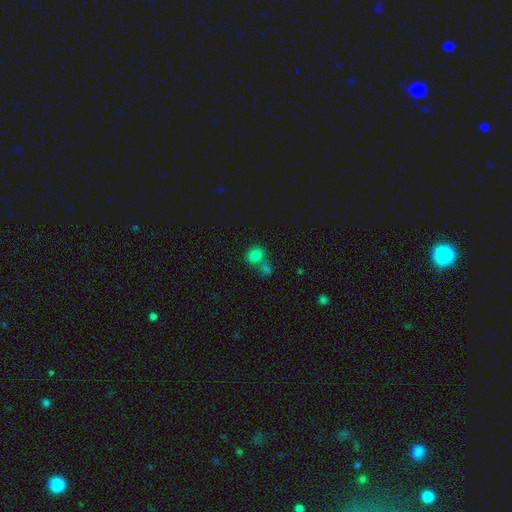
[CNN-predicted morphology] Smooth or featured? Predicted: smooth (p=0.80). How rounded? Predicted: round (p=0.65). Merging? Predicted: none (p=0.47).